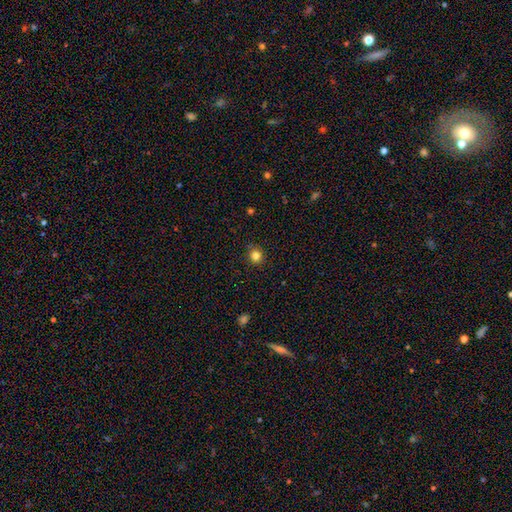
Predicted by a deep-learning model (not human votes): This is clearly a smooth galaxy (82%). How rounded: clearly round (90%). Merging: clearly none (90%).